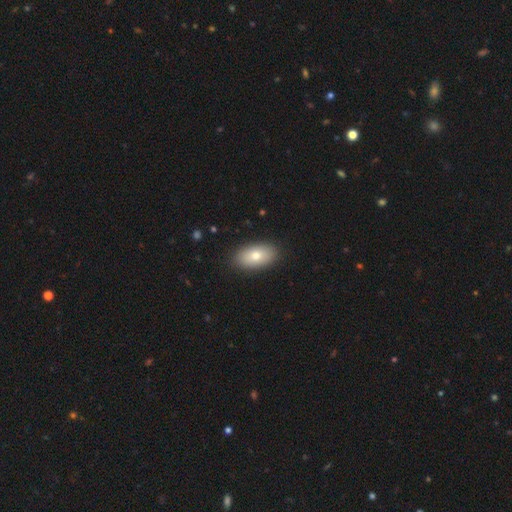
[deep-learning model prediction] smooth-or-featured: smooth: 76% | featured or disk: 17% | star or artifact: 7%
  how-rounded: in between: 92% | round: 5% | cigar-shaped: 2%
  merging: none: 89% | minor disturbance: 8% | major disturbance: 2% | merger: 1%